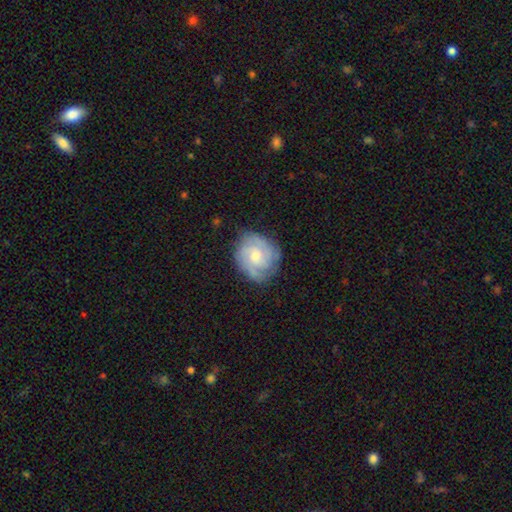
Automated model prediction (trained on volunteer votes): A featured or disk galaxy (73%) with no bar (68%), tight (60%) spiral arms (93%) and a moderate central bulge (53%).

Vote fractions:
- Smooth or featured? featured or disk: 73% / smooth: 21% / star or artifact: 6%
- Edge-on disk? no: 98% / yes: 2%
- Bar? no: 68% / weak: 29% / strong: 3%
- Spiral arms? yes: 93% / no: 7%
- Spiral winding? tight: 60% / medium: 33% / loose: 7%
- Spiral arm count? can't tell: 29% / 3: 28% / 2: 24% / 4: 9% / 1: 5% / more than 4: 4%
- Bulge size? moderate: 53% / small: 38% / large: 5% / none: 3% / dominant: 1%
- Merging? none: 76% / minor disturbance: 18% / major disturbance: 6% / merger: 1%